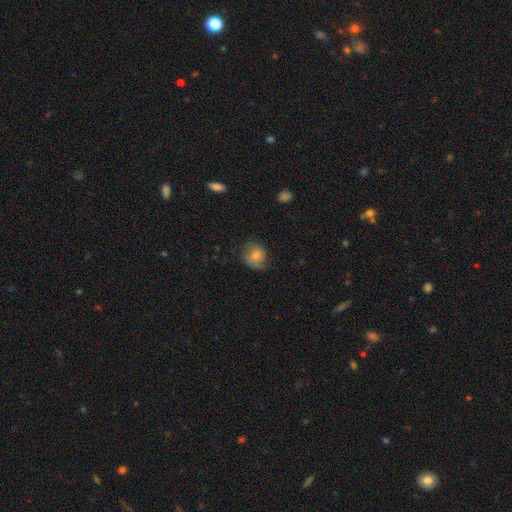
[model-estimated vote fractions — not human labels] Q: Smooth or featured?
A: smooth (69%); runner-up: featured or disk (23%)
Q: How rounded?
A: round (68%); runner-up: in between (31%)
Q: Merging?
A: none (58%); runner-up: minor disturbance (29%)